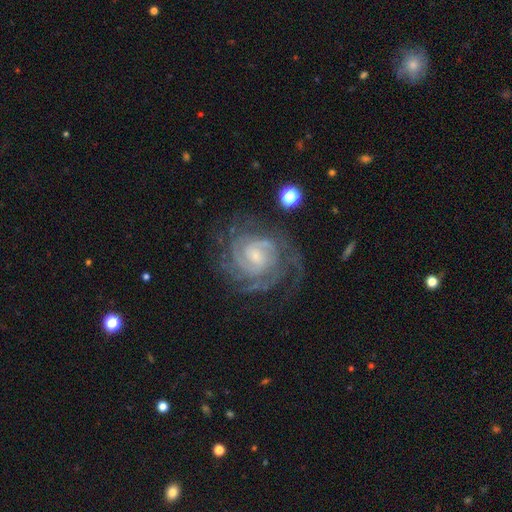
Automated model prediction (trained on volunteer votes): Q: Smooth or featured?
A: featured or disk (90%); runner-up: star or artifact (6%)
Q: Edge-on disk?
A: no (98%); runner-up: yes (2%)
Q: Bar?
A: weak (48%); runner-up: no (40%)
Q: Spiral arms?
A: yes (98%); runner-up: no (2%)
Q: Spiral winding?
A: tight (69%); runner-up: medium (27%)
Q: Spiral arm count?
A: 2 (31%); runner-up: can't tell (23%)
Q: Bulge size?
A: small (67%); runner-up: moderate (24%)
Q: Merging?
A: none (68%); runner-up: minor disturbance (18%)